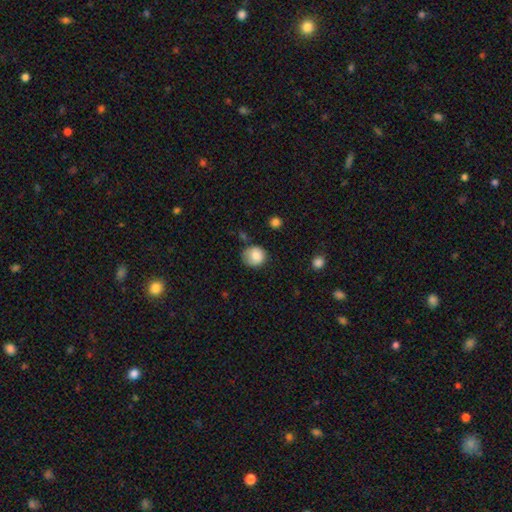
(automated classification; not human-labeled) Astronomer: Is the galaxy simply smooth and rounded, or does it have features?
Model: smooth — 83%.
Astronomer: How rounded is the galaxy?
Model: round — 86%.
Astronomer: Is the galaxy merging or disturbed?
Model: none — 69%.